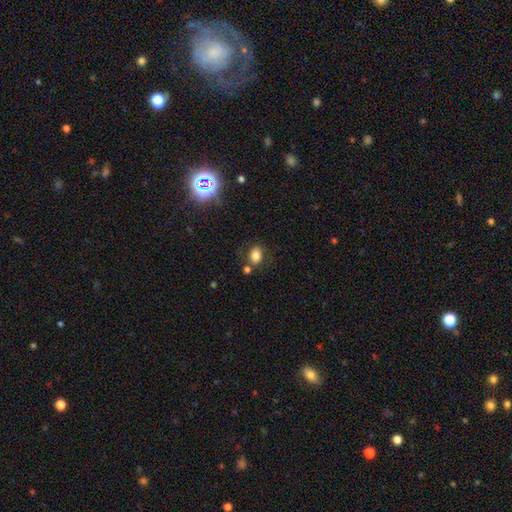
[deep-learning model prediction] Overall: smooth (79%). How rounded: in between (66%; round 33%). Merging: none (71%).